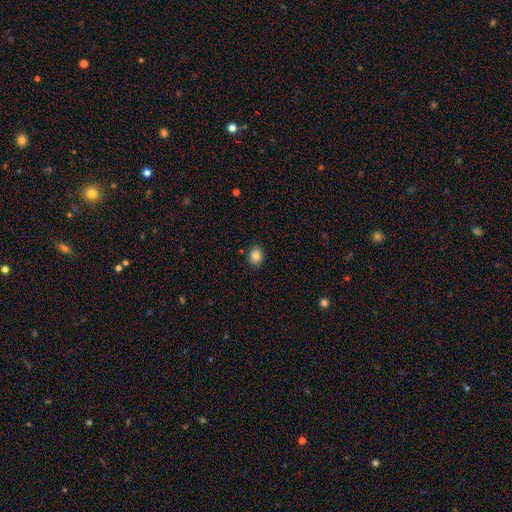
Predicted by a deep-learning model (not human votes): The model was most divided on "how rounded": round: 53%, in between: 46%, cigar-shaped: 1%. More confident: merging — none (88%); smooth or featured — smooth (84%).